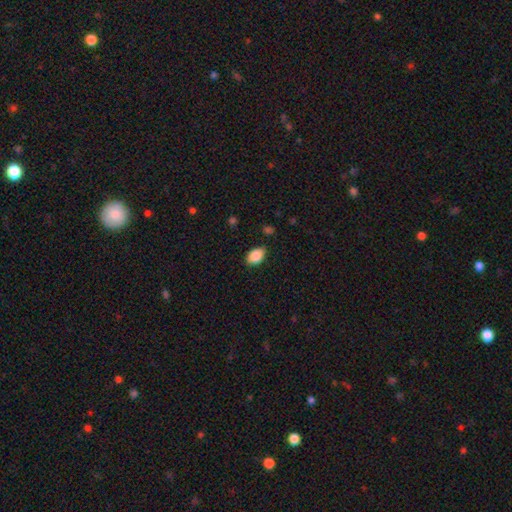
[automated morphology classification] smooth-or-featured: smooth: 87% | star or artifact: 8% | featured or disk: 5%
  how-rounded: in between: 86% | round: 12% | cigar-shaped: 1%
  merging: none: 80% | minor disturbance: 16% | major disturbance: 3% | merger: 1%